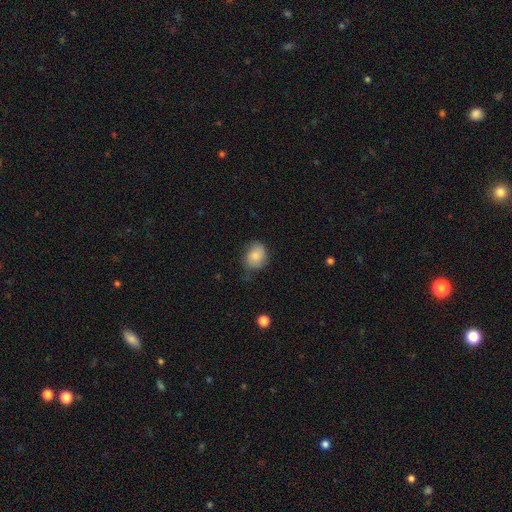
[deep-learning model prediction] Smooth or featured?
  - smooth: 79% *
  - featured or disk: 13%
  - star or artifact: 8%
How rounded?
  - round: 59% *
  - in between: 40%
  - cigar-shaped: 1%
Merging?
  - none: 66% *
  - minor disturbance: 26%
  - major disturbance: 6%
  - merger: 2%